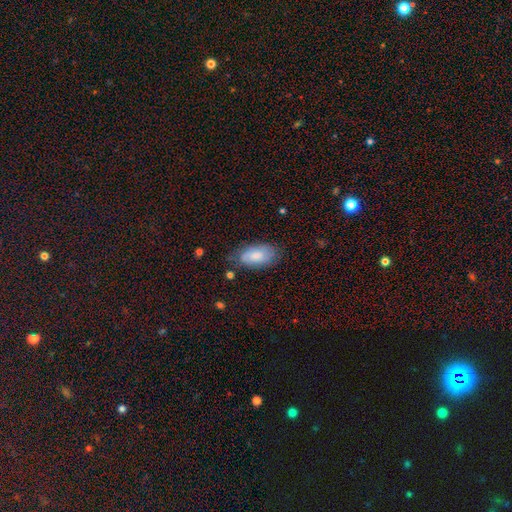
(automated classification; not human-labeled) Smooth or featured: smooth — 70% (featured or disk — 22%)
How rounded: in between — 94% (round — 3%)
Merging: none — 69% (minor disturbance — 23%)